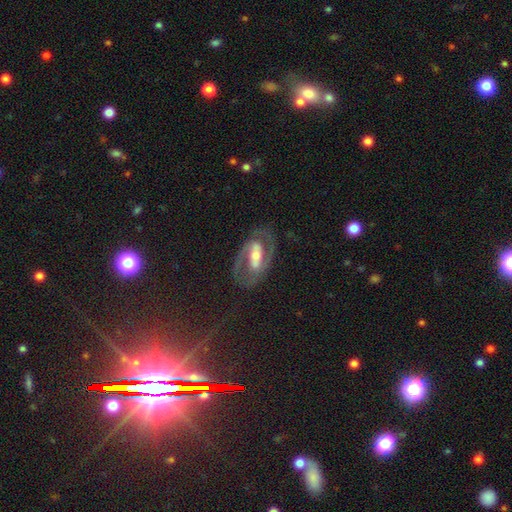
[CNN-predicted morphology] Smooth or featured? featured or disk (79%)
Edge-on disk? no (93%)
Bar? strong (47%)
Spiral arms? yes (76%)
Spiral winding? medium (49%)
Spiral arm count? 2 (84%)
Bulge size? moderate (54%)
Merging? none (72%)